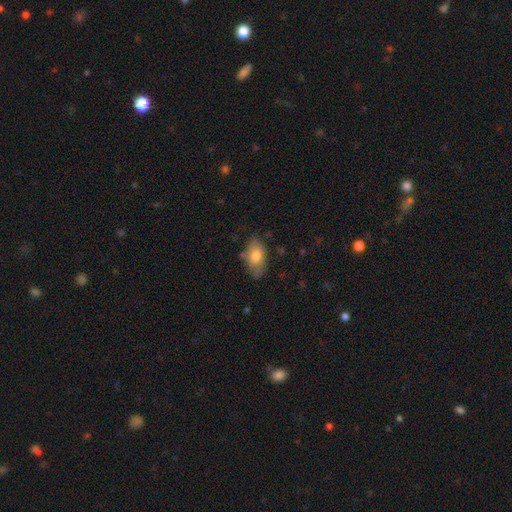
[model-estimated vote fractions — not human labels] This is likely a smooth galaxy (73%). How rounded: clearly in between (92%). Merging: likely none (68%).